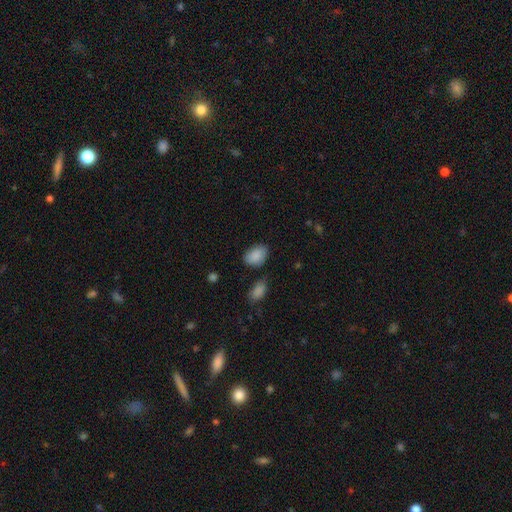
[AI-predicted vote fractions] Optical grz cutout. It shows a smooth galaxy with no disk features (87%) that is in between round and cigar-shaped (88%). Merging: none (71%).